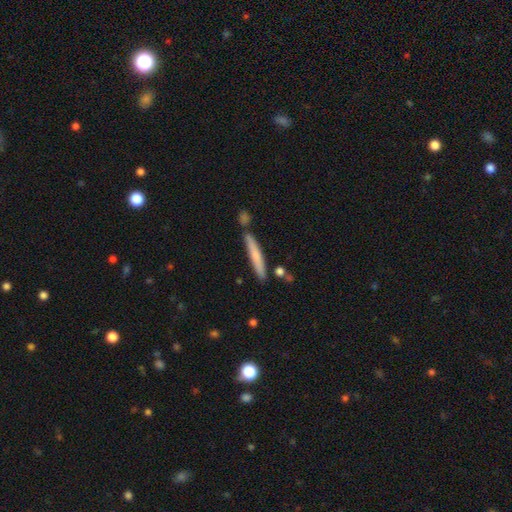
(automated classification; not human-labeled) This is likely a smooth galaxy (65%). How rounded: clearly cigar-shaped (95%). Merging: likely none (79%).